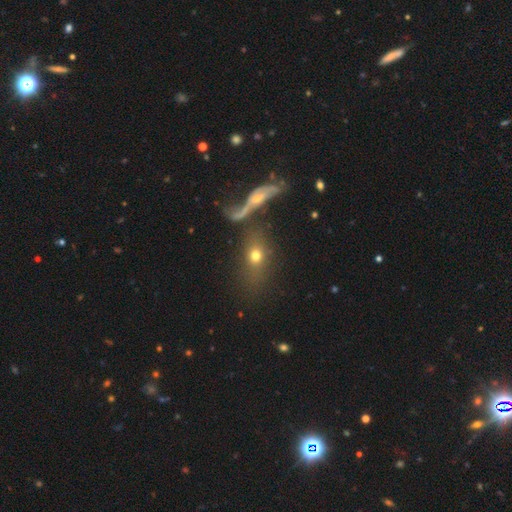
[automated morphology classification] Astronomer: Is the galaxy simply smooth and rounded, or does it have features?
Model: smooth — 59%.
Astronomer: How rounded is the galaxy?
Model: in between — 54% (runner-up: round, 36%).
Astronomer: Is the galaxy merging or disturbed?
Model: none — 46% (runner-up: merger, 28%).